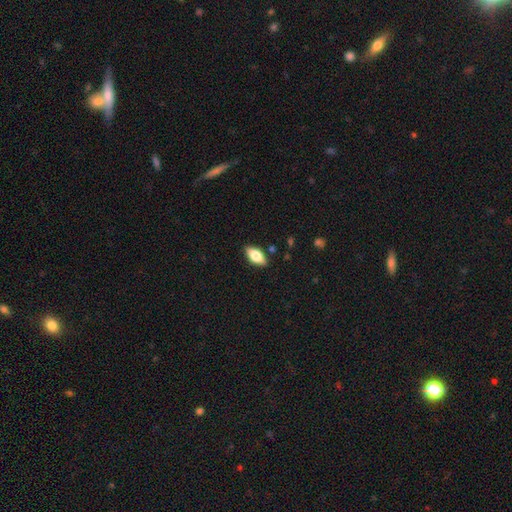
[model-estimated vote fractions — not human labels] Morphology: type=smooth (71%); roundness=in between (88%); merging=none (87%).